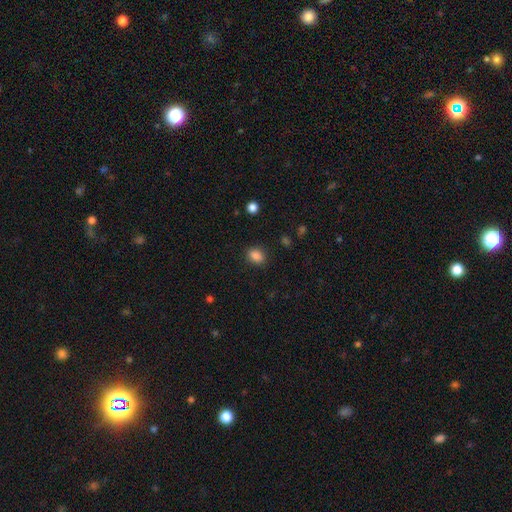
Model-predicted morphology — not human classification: Smooth or featured?
  - smooth: 86% *
  - star or artifact: 11%
  - featured or disk: 3%
How rounded?
  - in between: 61% *
  - round: 37%
  - cigar-shaped: 1%
Merging?
  - none: 85% *
  - minor disturbance: 10%
  - major disturbance: 3%
  - merger: 1%